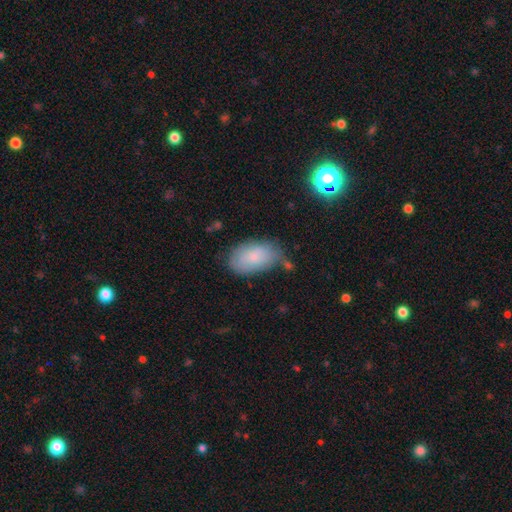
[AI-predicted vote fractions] Smooth or featured: smooth — 80% (featured or disk — 14%)
How rounded: in between — 93% (round — 5%)
Merging: none — 63% (minor disturbance — 25%)